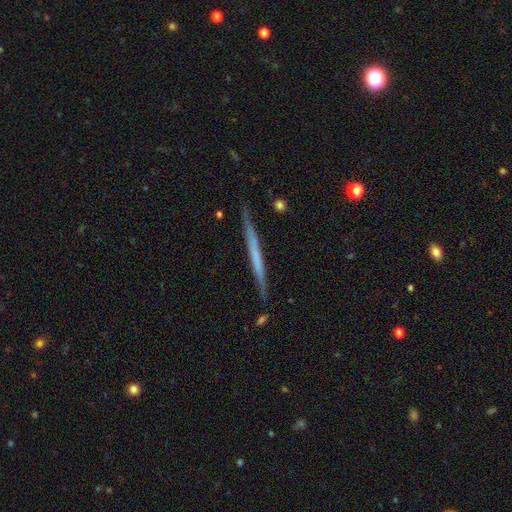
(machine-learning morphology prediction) type=featured or disk (54%); edge-on=yes (97%); edge-on bulge=none (90%); merging=none (88%).